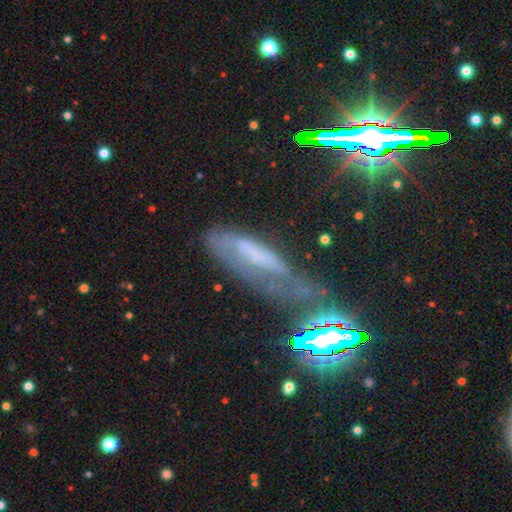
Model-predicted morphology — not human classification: The model was most divided on "merging": none: 42%, minor disturbance: 29%, major disturbance: 23%, merger: 6%. Remaining: smooth or featured — featured or disk (45%).